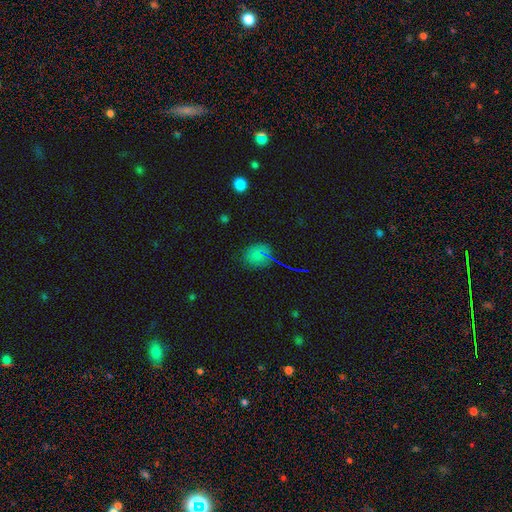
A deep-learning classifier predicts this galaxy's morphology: type=smooth (60%); roundness=round (70%); merging=none (75%).